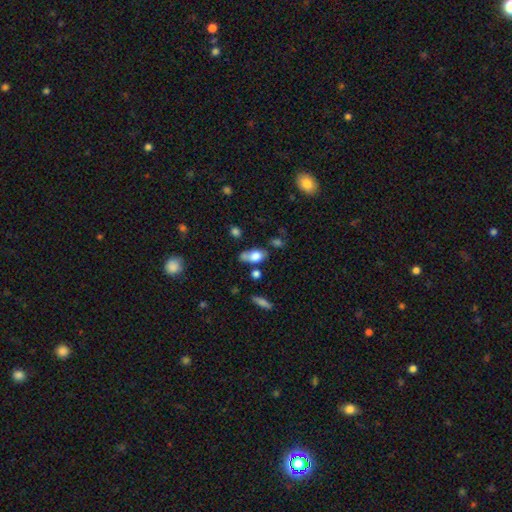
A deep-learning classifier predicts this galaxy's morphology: Smooth or featured: smooth — 73% (featured or disk — 19%)
How rounded: in between — 85% (round — 8%)
Merging: none — 48% (minor disturbance — 28%)